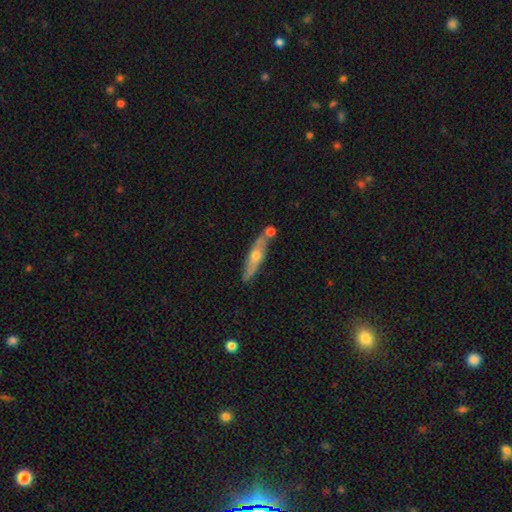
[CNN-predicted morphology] Q: Smooth or featured?
A: featured or disk (55%); runner-up: smooth (39%)
Q: Edge-on disk?
A: yes (77%); runner-up: no (23%)
Q: Merging?
A: none (71%); runner-up: minor disturbance (14%)